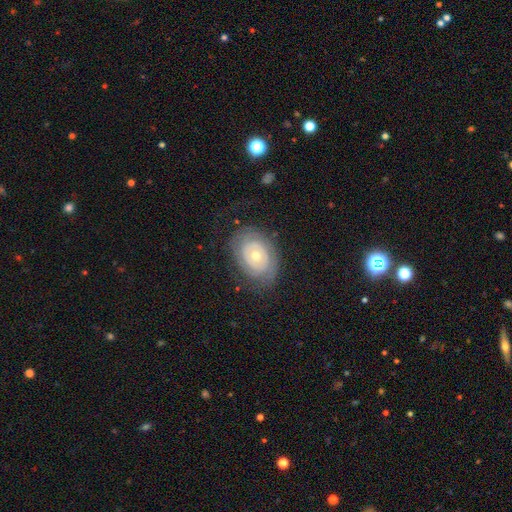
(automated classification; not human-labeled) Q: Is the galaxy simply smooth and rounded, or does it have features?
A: featured or disk — 74%.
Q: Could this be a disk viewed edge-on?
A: no — 96%.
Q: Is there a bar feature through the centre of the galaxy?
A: no — 83%.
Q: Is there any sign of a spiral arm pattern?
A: yes — 71%.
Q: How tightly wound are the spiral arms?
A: tight — 76%.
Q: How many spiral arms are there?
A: can't tell — 41%.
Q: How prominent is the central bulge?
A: moderate — 54%.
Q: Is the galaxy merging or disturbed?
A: none — 74%.